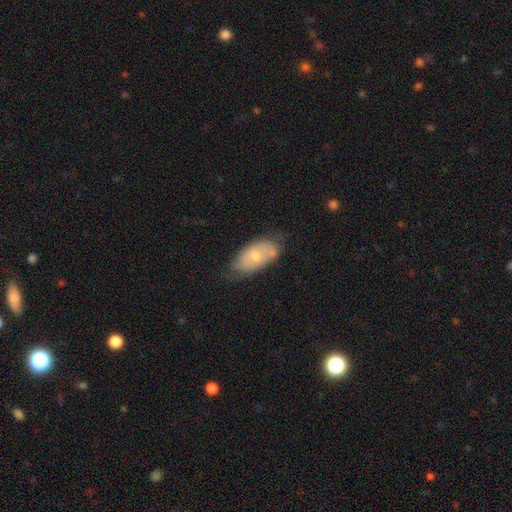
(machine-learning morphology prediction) smooth 58%, featured or disk 36%, star or artifact 7%. Down the decision tree: how rounded — in between (92%); merging — none (59%).